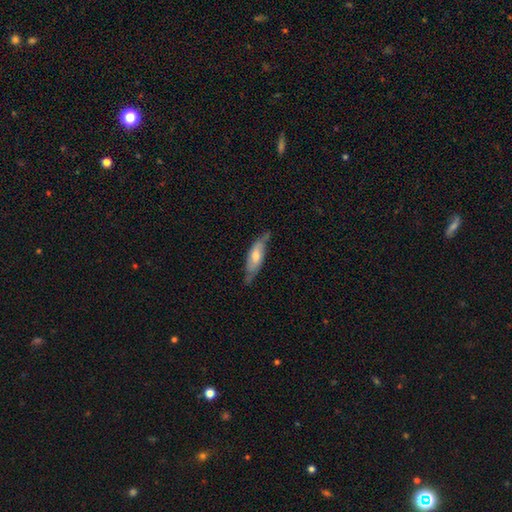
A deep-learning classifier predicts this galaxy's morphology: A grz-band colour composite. It shows a featured or disk galaxy (49%). Merging: none (65%).